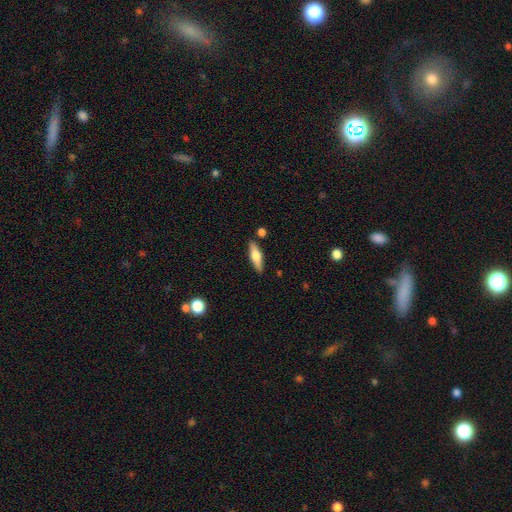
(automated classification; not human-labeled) Morphology: type=smooth (56%); roundness=cigar-shaped (57%); merging=none (84%).